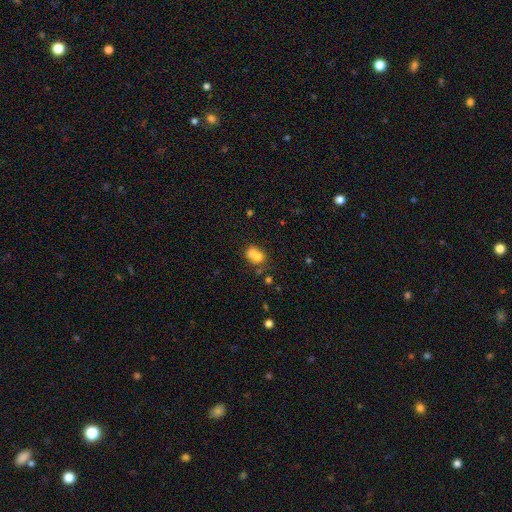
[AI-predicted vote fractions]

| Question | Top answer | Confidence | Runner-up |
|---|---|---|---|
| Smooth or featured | smooth | 69% | featured or disk (18%) |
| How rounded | round | 55% | in between (44%) |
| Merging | merger | 58% | none (28%) |